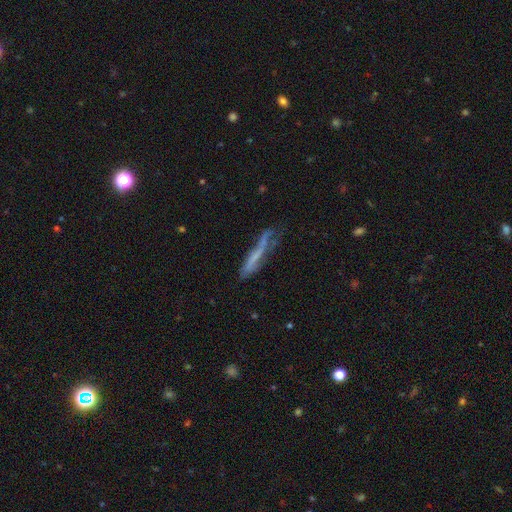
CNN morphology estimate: Overall: smooth (46%; featured or disk 45%). Merging: none (51%; minor disturbance 28%).